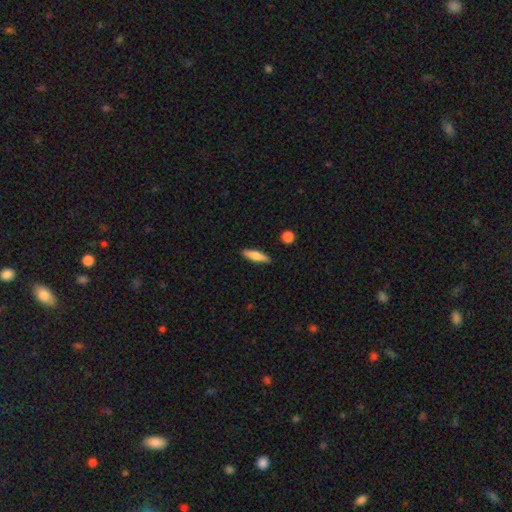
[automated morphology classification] Smooth or featured? smooth (72%)
How rounded? cigar-shaped (67%)
Merging? none (89%)